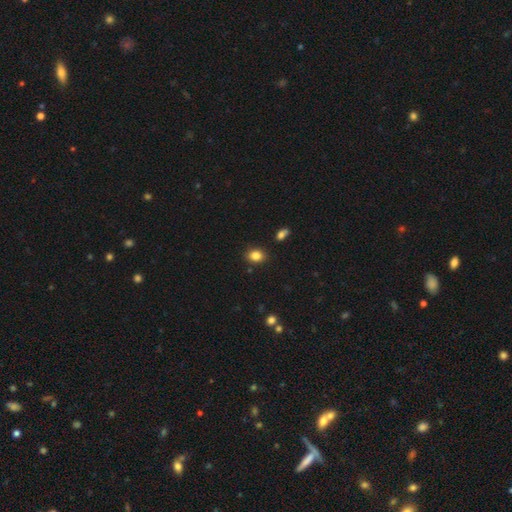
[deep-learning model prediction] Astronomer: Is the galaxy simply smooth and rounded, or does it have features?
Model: smooth — 85%.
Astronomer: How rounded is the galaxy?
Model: in between — 56% (runner-up: round, 43%).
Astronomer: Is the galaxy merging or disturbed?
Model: none — 86%.